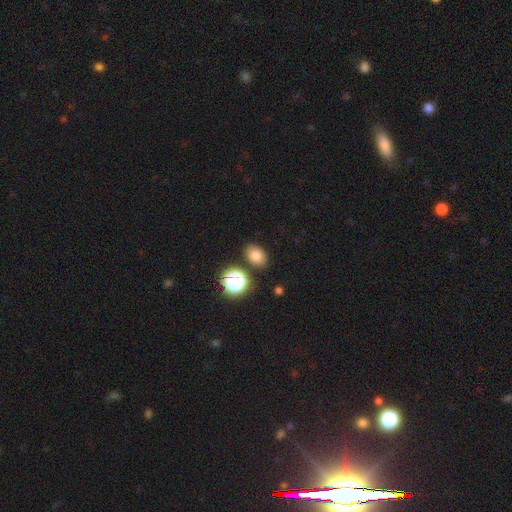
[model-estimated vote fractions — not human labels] This is likely a smooth galaxy (77%). How rounded: likely in between (76%). Merging: clearly none (84%).